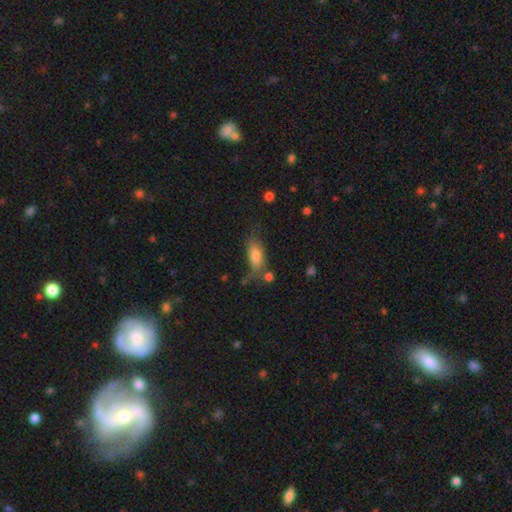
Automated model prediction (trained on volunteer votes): smooth 78%, featured or disk 13%, star or artifact 8%. Down the decision tree: how rounded — in between (81%); merging — none (50%).